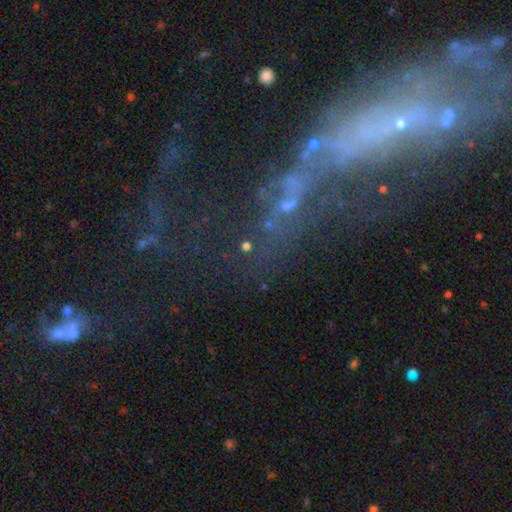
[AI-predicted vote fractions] smooth_or_featured: featured or disk (p=0.45) [alt: star or artifact p=0.34]
merging: none (p=0.35) [alt: major disturbance p=0.31]